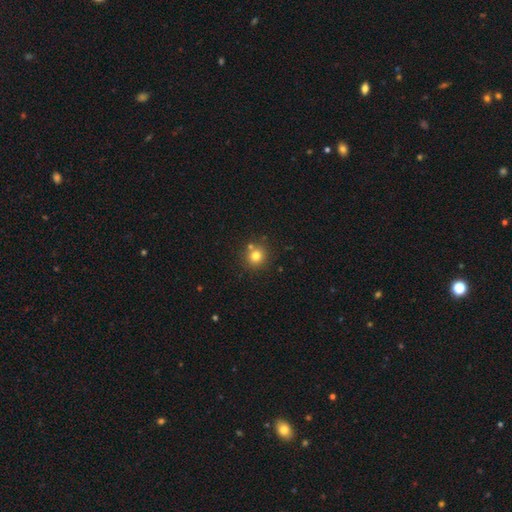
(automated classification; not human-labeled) smooth 77%, star or artifact 14%, featured or disk 9%. Down the decision tree: how rounded — round (90%); merging — none (75%).